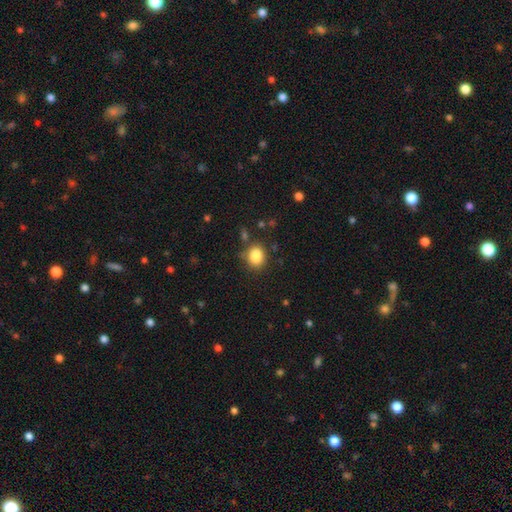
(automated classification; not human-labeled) The model was most divided on "how rounded": round: 59%, in between: 40%, cigar-shaped: 1%. More confident: smooth or featured — smooth (85%); merging — none (75%).